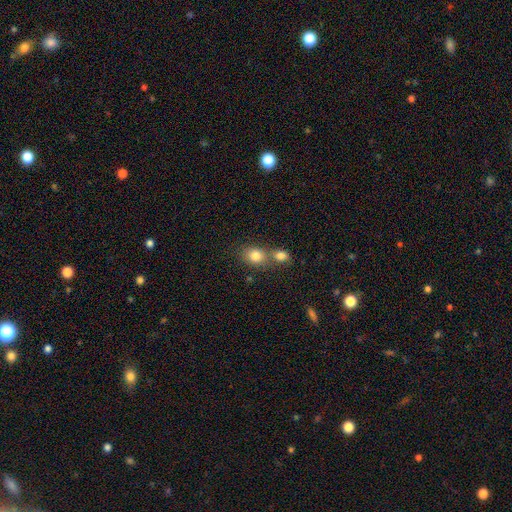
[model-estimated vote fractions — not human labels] Overall: smooth (81%). How rounded: round (54%; in between 44%). Merging: merger (47%; none 42%).